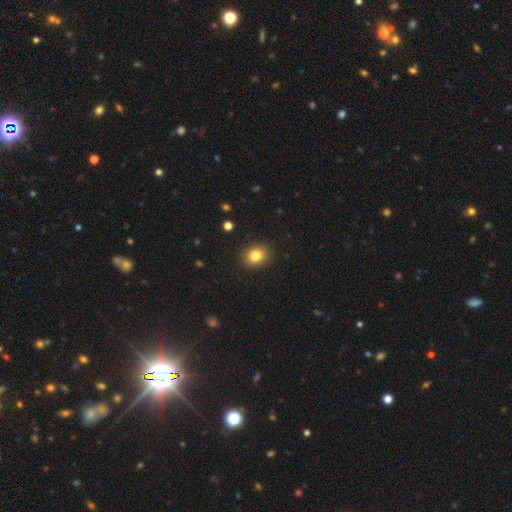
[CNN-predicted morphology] Smooth or featured? Predicted: smooth (p=0.83). How rounded? Predicted: round (p=0.57). Merging? Predicted: none (p=0.89).